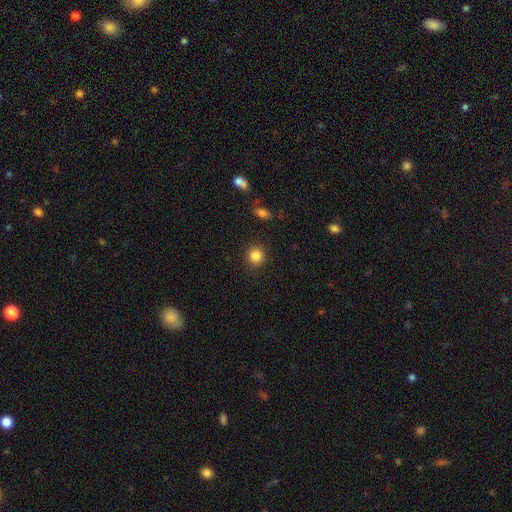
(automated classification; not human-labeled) Smooth or featured?
  - smooth: 85% *
  - star or artifact: 11%
  - featured or disk: 4%
How rounded?
  - round: 90% *
  - in between: 9%
  - cigar-shaped: 1%
Merging?
  - none: 90% *
  - minor disturbance: 7%
  - major disturbance: 2%
  - merger: 1%